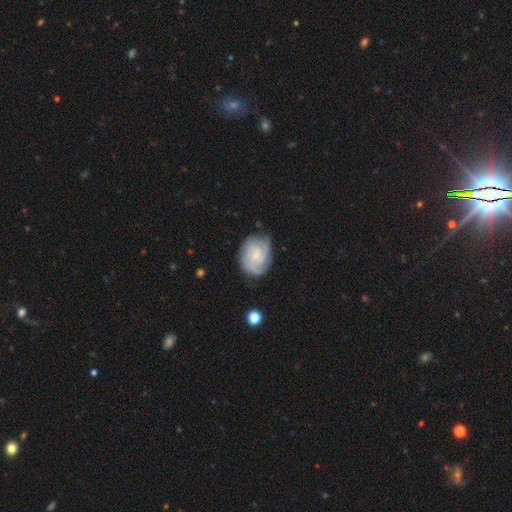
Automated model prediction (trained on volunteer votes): Q: Smooth or featured?
A: featured or disk (80%); runner-up: smooth (15%)
Q: Edge-on disk?
A: no (98%); runner-up: yes (2%)
Q: Bar?
A: no (67%); runner-up: weak (29%)
Q: Spiral arms?
A: yes (96%); runner-up: no (4%)
Q: Spiral winding?
A: tight (62%); runner-up: medium (32%)
Q: Spiral arm count?
A: 3 (39%); runner-up: 2 (21%)
Q: Bulge size?
A: small (64%); runner-up: moderate (23%)
Q: Merging?
A: none (73%); runner-up: minor disturbance (20%)